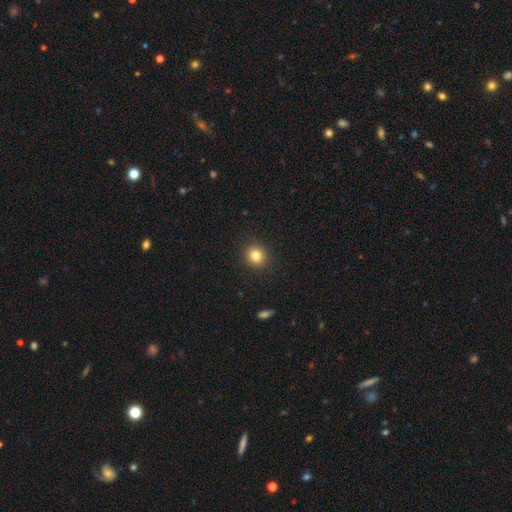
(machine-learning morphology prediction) smooth 83%, star or artifact 11%, featured or disk 6%. Down the decision tree: how rounded — round (88%); merging — none (91%).